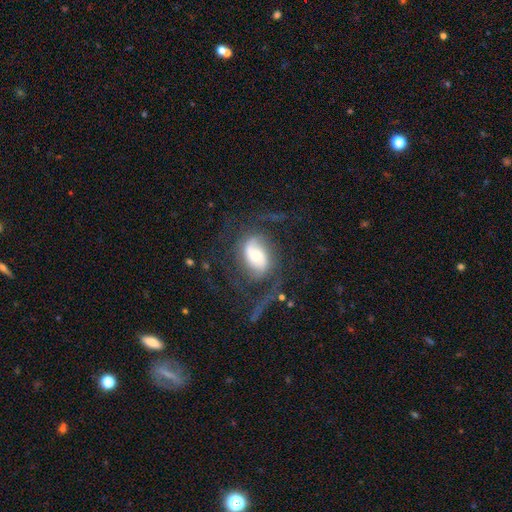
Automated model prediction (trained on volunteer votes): Overall: featured or disk (74%). Edge-on disk: no (96%). Bar: no (52%; weak 33%). Spiral arms: yes (90%). Spiral arm count: 2 (70%). Spiral winding: loose (42%; medium 38%). Bulge size: moderate (44%; small 35%). Merging: none (52%; major disturbance 29%).